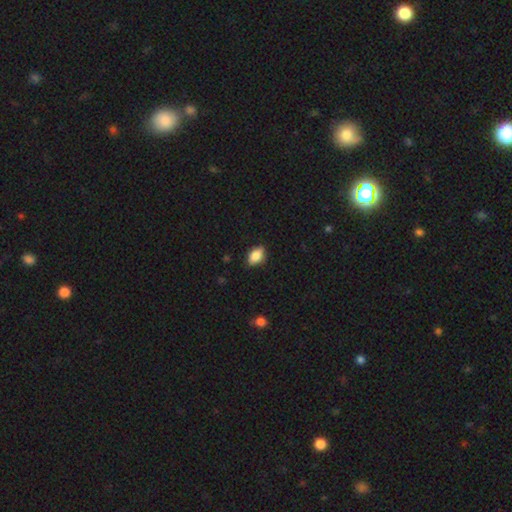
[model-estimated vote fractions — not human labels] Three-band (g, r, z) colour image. It shows a smooth galaxy with no disk features (85%) that is in between round and cigar-shaped (89%). Merging: none (84%).